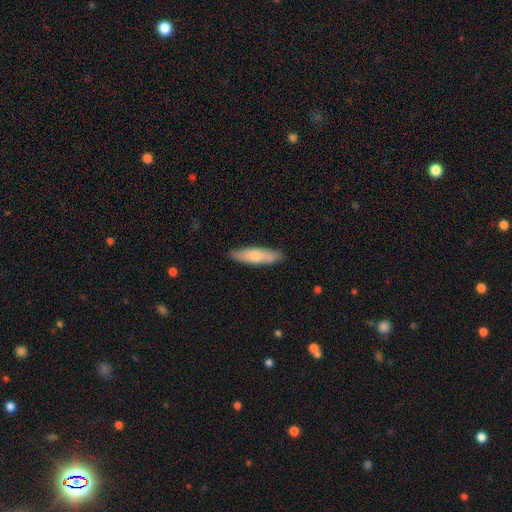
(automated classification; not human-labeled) Overall: smooth (72%). How rounded: cigar-shaped (61%; in between 37%). Merging: none (86%).